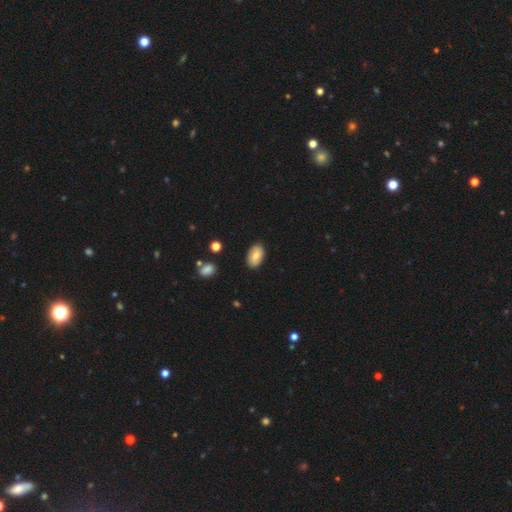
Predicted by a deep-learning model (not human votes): A smooth galaxy with no disk features (72%) that is in between round and cigar-shaped (91%).

Vote fractions:
- Smooth or featured? smooth: 72% / featured or disk: 20% / star or artifact: 7%
- How rounded? in between: 91% / round: 7% / cigar-shaped: 1%
- Merging? none: 85% / minor disturbance: 11% / major disturbance: 2% / merger: 1%